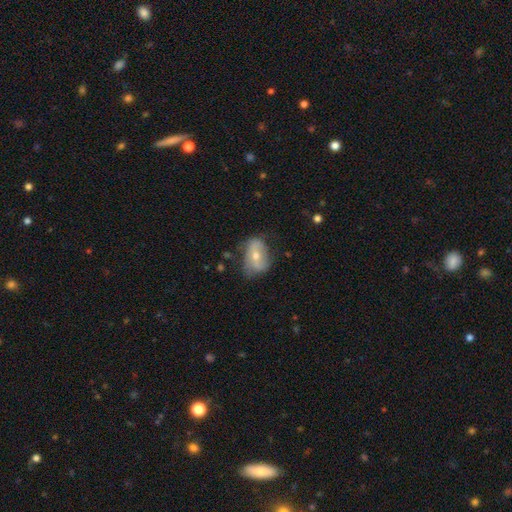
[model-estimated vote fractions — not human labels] Smooth or featured?
  - featured or disk: 47% *
  - smooth: 46%
  - star or artifact: 7%
Merging?
  - none: 54% *
  - minor disturbance: 31%
  - major disturbance: 13%
  - merger: 2%